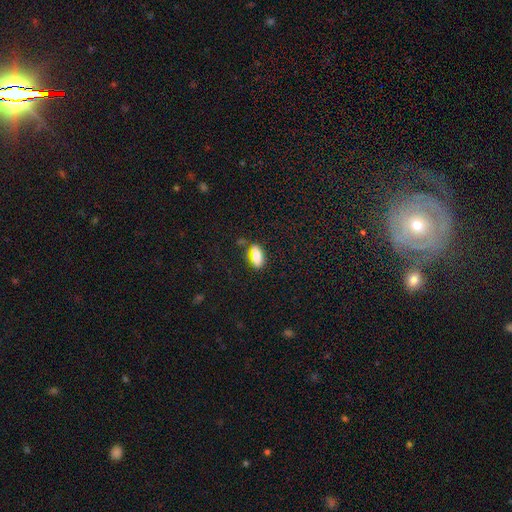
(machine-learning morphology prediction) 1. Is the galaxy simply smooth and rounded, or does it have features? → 76% smooth, 13% star or artifact, 11% featured or disk.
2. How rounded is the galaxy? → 82% in between, 12% cigar-shaped, 6% round.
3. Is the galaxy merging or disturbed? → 63% none, 21% minor disturbance, 9% merger, 8% major disturbance.